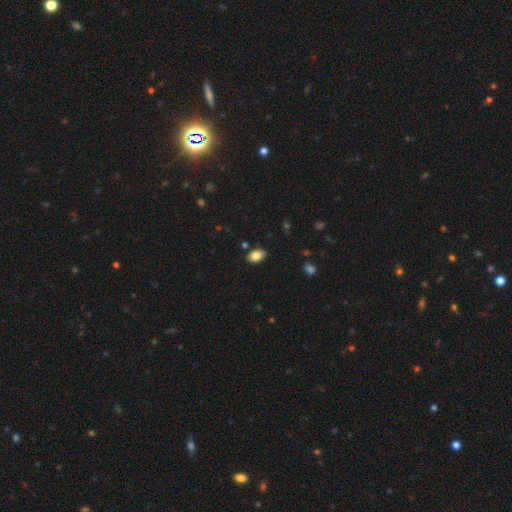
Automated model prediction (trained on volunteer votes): smooth_or_featured: smooth (p=0.82) [alt: featured or disk p=0.10]
how_rounded: in between (p=0.89) [alt: round p=0.10]
merging: none (p=0.85) [alt: minor disturbance p=0.11]